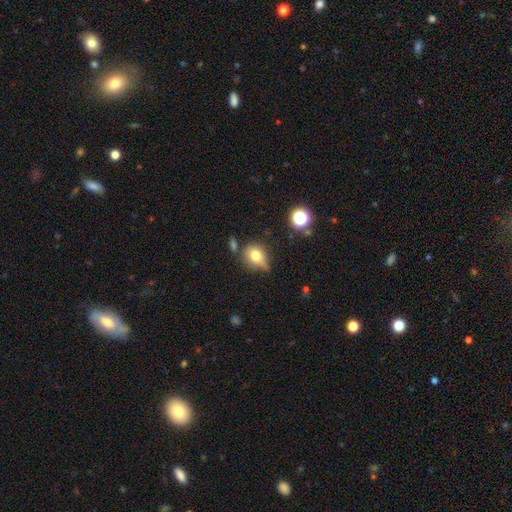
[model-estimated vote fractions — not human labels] This is likely a smooth galaxy (71%). How rounded: likely round (62%). Merging: possibly none (50%).